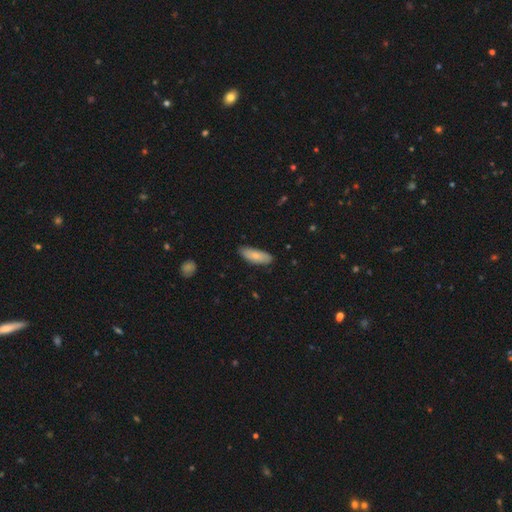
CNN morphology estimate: A smooth galaxy with no disk features (77%) that is in between round and cigar-shaped (66%).

Vote fractions:
- Smooth or featured? smooth: 77% / featured or disk: 17% / star or artifact: 6%
- How rounded? in between: 66% / cigar-shaped: 32% / round: 2%
- Merging? none: 83% / minor disturbance: 14% / major disturbance: 2% / merger: 1%